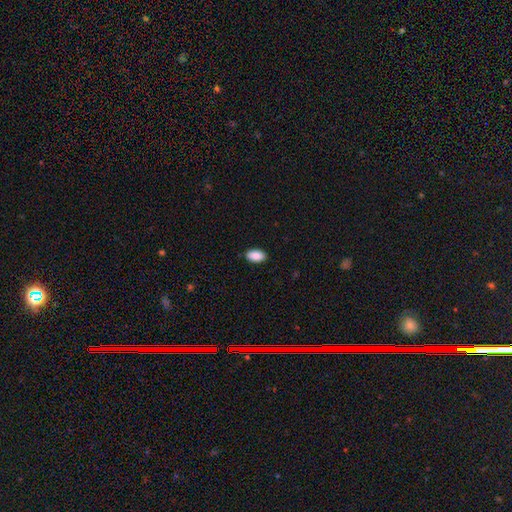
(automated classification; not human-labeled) Smooth or featured?
  - smooth: 90% *
  - star or artifact: 7%
  - featured or disk: 3%
How rounded?
  - in between: 94% *
  - round: 4%
  - cigar-shaped: 2%
Merging?
  - none: 89% *
  - minor disturbance: 9%
  - major disturbance: 2%
  - merger: 1%